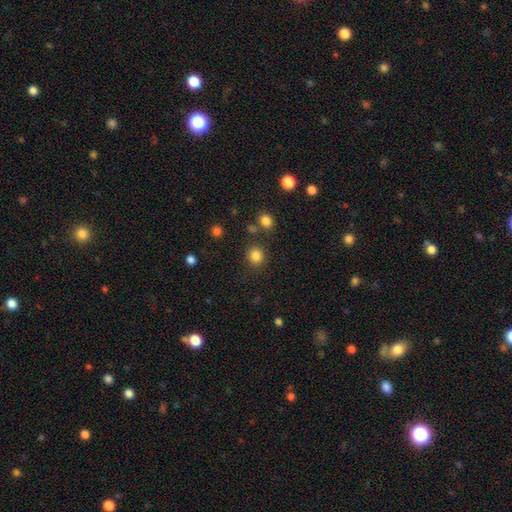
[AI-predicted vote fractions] smooth_or_featured: smooth (p=0.84) [alt: star or artifact p=0.12]
how_rounded: round (p=0.87) [alt: in between p=0.12]
merging: none (p=0.85) [alt: minor disturbance p=0.08]